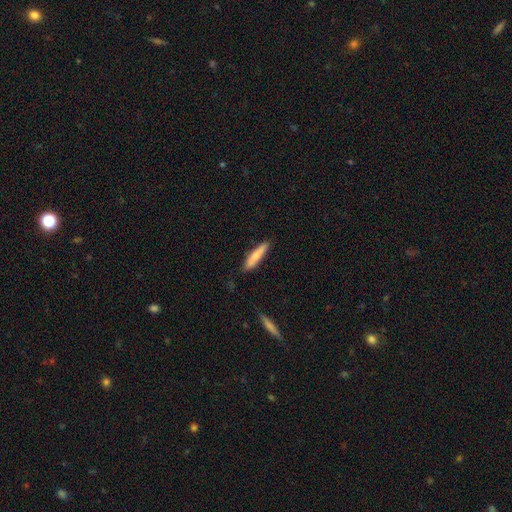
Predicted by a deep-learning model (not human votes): smooth 75%, featured or disk 20%, star or artifact 6%. Down the decision tree: how rounded — cigar-shaped (83%); merging — none (82%).